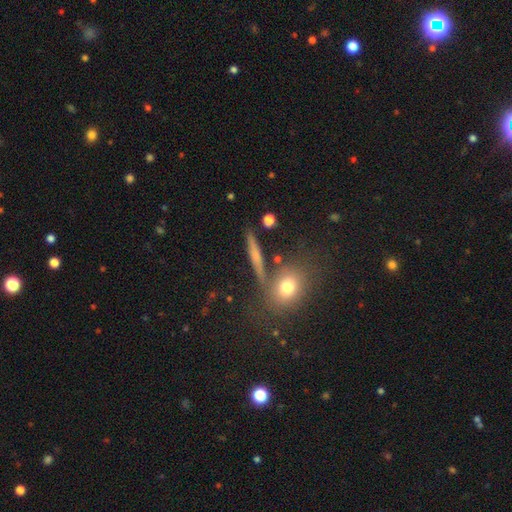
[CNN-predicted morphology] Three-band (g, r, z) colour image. It shows a smooth galaxy with no disk features (46%). Merging: none (80%).